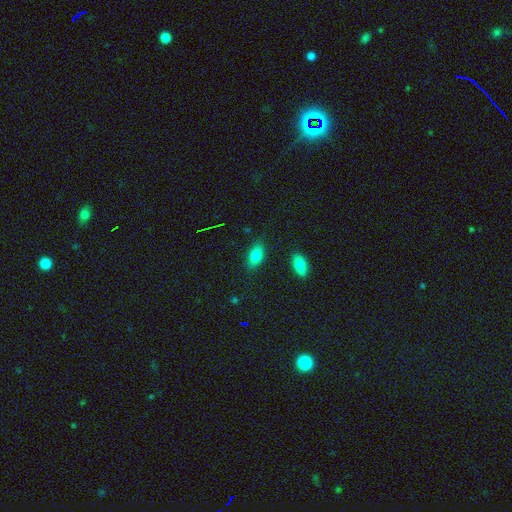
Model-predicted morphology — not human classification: smooth_or_featured: smooth (p=0.82) [alt: featured or disk p=0.09]
how_rounded: in between (p=0.88) [alt: round p=0.06]
merging: none (p=0.84) [alt: minor disturbance p=0.11]